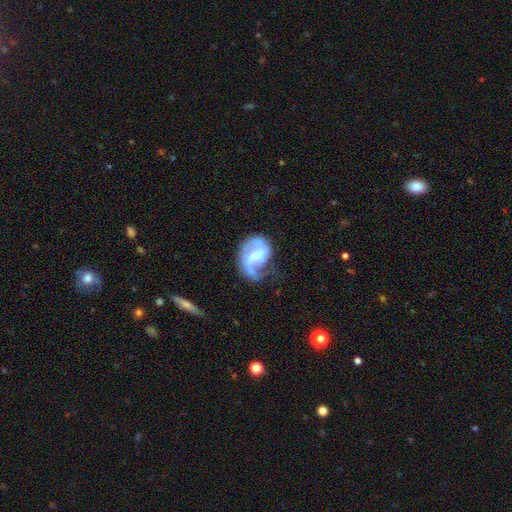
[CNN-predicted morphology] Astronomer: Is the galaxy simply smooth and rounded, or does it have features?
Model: featured or disk — 85%.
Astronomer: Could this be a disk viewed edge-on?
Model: no — 98%.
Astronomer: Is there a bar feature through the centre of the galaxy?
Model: weak — 52% (runner-up: strong, 27%).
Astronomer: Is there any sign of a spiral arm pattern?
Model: yes — 94%.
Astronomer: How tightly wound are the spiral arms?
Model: loose — 50% (runner-up: medium, 40%).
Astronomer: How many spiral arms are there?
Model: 2 — 80%.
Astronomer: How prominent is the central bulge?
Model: moderate — 45% (runner-up: small, 42%).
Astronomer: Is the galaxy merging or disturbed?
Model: none — 52%.